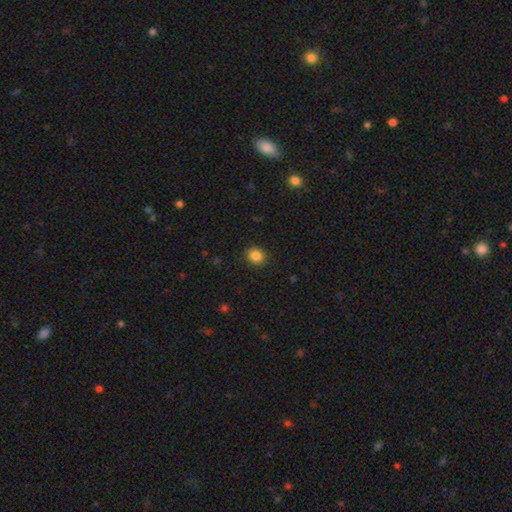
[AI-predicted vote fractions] Morphology: type=smooth (86%); roundness=round (68%); merging=none (87%).